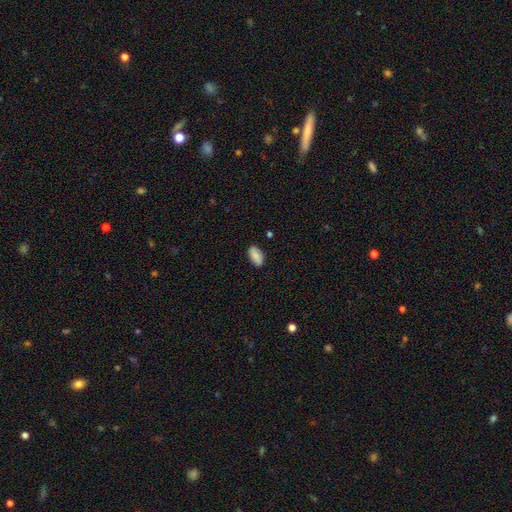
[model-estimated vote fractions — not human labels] Smooth or featured: smooth — 85% (featured or disk — 8%)
How rounded: in between — 93% (cigar-shaped — 4%)
Merging: none — 84% (minor disturbance — 12%)